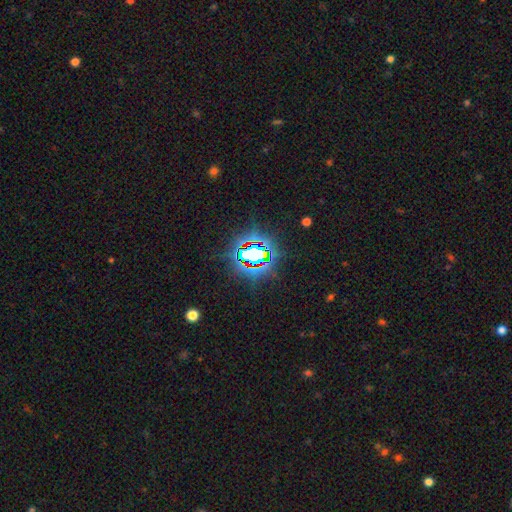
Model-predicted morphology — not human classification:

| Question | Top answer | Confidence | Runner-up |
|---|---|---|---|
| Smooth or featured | star or artifact | 75% | smooth (14%) |